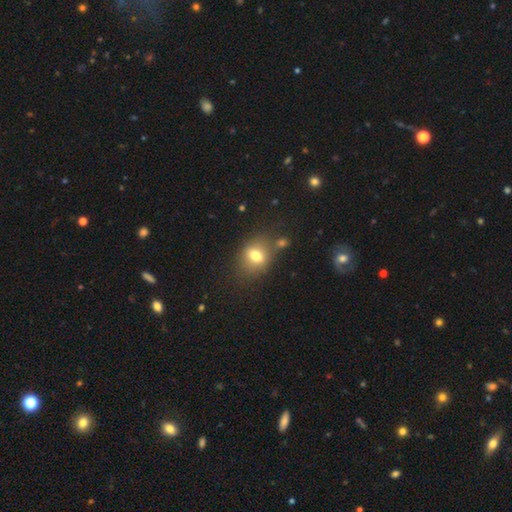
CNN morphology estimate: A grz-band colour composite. It shows a smooth galaxy with no disk features (70%) that is in between round and cigar-shaped (57%). Merging: none (66%).